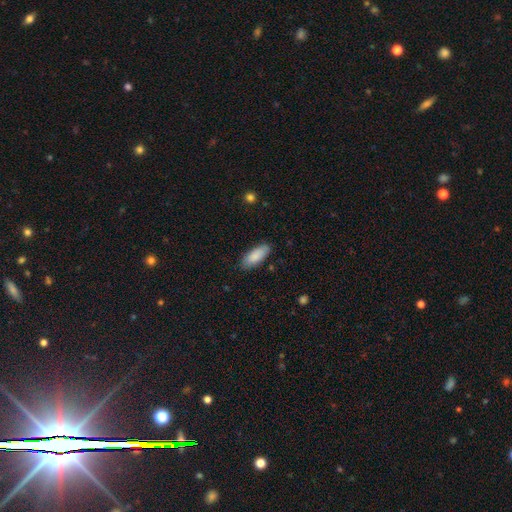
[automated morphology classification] type=smooth (88%); roundness=in between (76%); merging=none (85%).